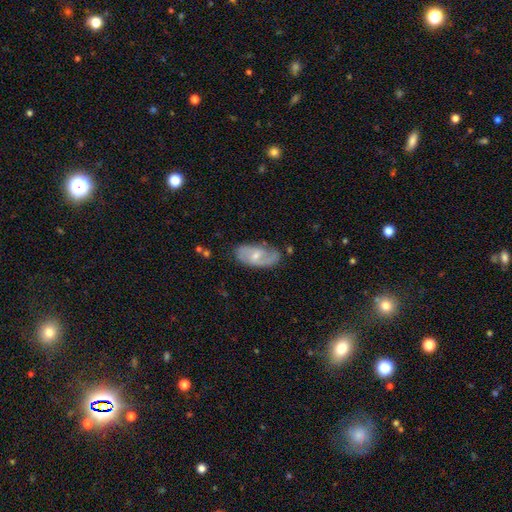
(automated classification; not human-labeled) featured or disk 66%, smooth 28%, star or artifact 6%. Down the decision tree: edge-on disk — no (95%); bar — weak (48%); spiral arms — yes (86%); spiral arm count — 2 (69%); spiral winding — medium (45%); bulge size — small (53%); merging — none (65%).